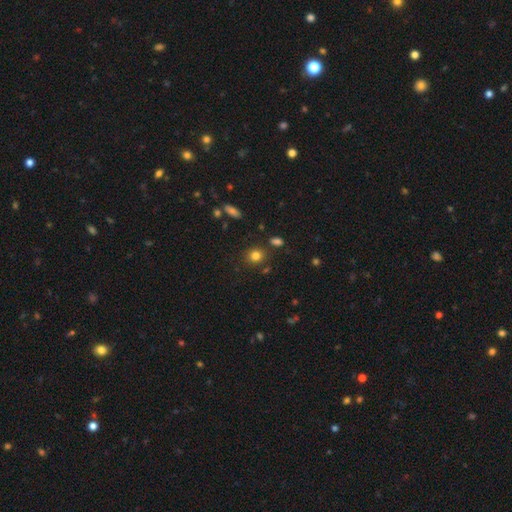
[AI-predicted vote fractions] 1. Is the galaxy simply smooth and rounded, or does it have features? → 81% smooth, 13% star or artifact, 7% featured or disk.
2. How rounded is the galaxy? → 77% round, 22% in between, 1% cigar-shaped.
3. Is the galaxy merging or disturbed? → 82% none, 10% minor disturbance, 5% merger, 3% major disturbance.